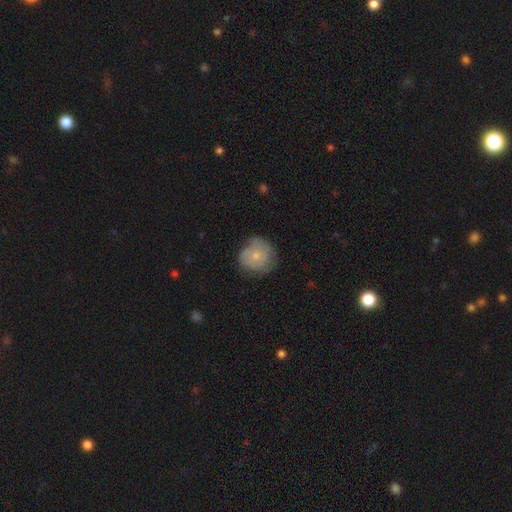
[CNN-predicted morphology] The model was most divided on "merging": none: 60%, minor disturbance: 28%, major disturbance: 9%, merger: 2%. More confident: how rounded — round (87%); smooth or featured — smooth (63%).